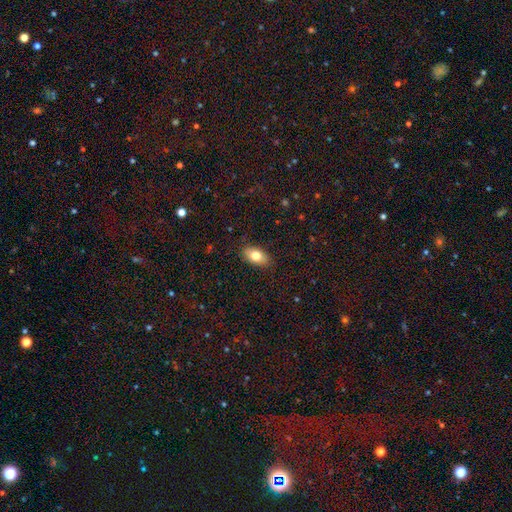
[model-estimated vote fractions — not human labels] smooth 78%, featured or disk 14%, star or artifact 8%. Down the decision tree: how rounded — in between (90%); merging — none (86%).